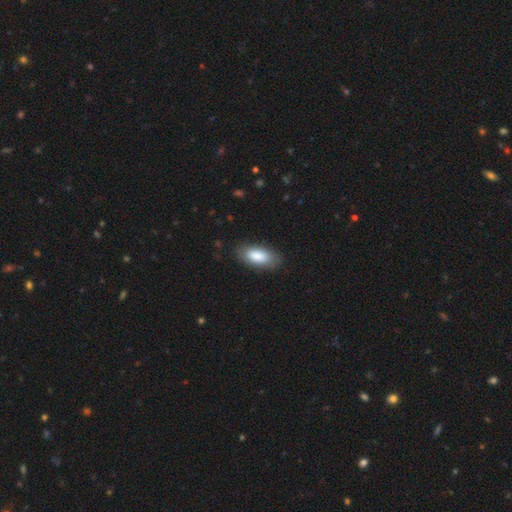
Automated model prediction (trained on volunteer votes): Smooth or featured? Predicted: smooth (p=0.86). How rounded? Predicted: in between (p=0.88). Merging? Predicted: none (p=0.84).